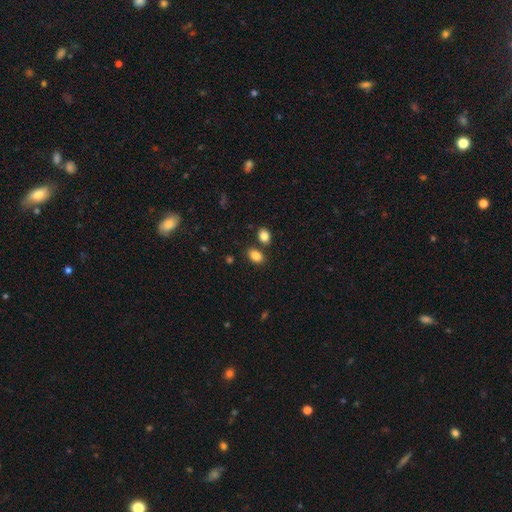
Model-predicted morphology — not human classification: Smooth or featured? Predicted: smooth (p=0.85). How rounded? Predicted: in between (p=0.80). Merging? Predicted: none (p=0.71).